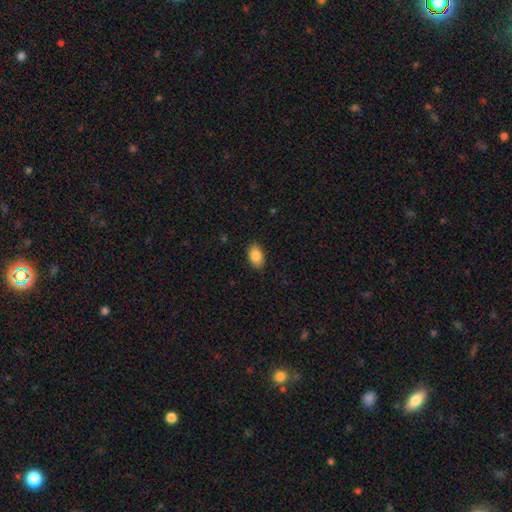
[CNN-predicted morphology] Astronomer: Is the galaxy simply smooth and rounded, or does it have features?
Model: smooth — 86%.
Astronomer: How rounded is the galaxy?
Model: in between — 90%.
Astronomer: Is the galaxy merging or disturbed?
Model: none — 87%.